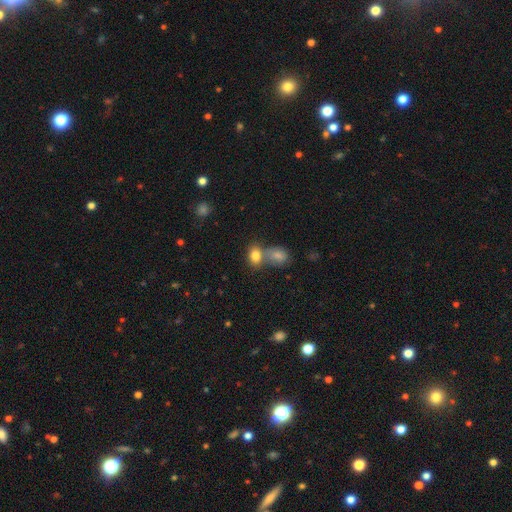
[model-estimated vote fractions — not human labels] smooth_or_featured: smooth (p=0.81) [alt: star or artifact p=0.10]
how_rounded: in between (p=0.74) [alt: round p=0.24]
merging: merger (p=0.45) [alt: none p=0.42]